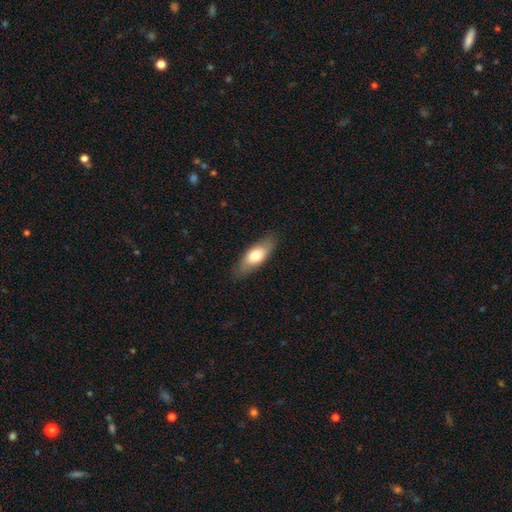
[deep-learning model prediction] smooth_or_featured: smooth (p=0.68) [alt: featured or disk p=0.26]
how_rounded: in between (p=0.73) [alt: cigar-shaped p=0.25]
merging: none (p=0.83) [alt: minor disturbance p=0.13]